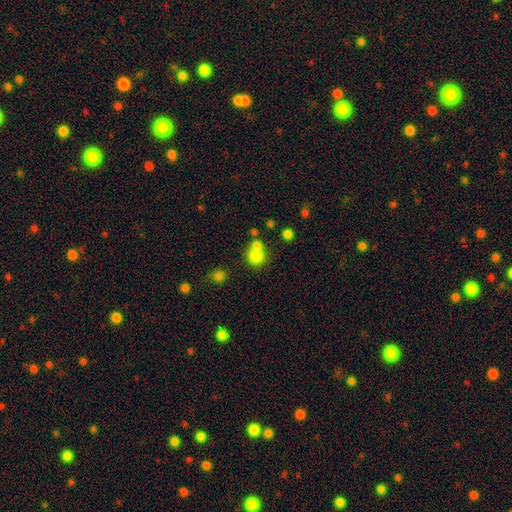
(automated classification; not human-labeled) Smooth or featured? smooth (78%)
How rounded? round (86%)
Merging? none (52%)